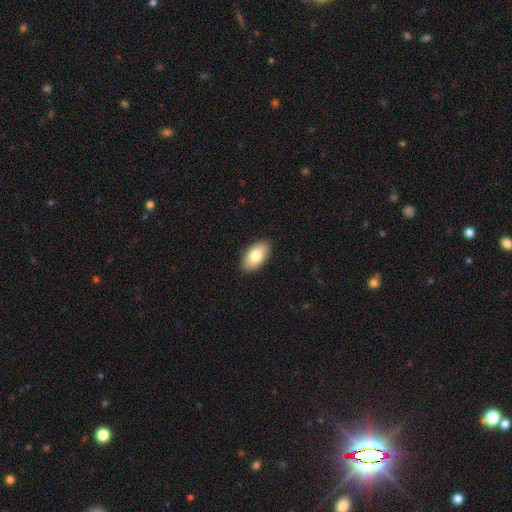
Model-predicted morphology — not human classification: smooth_or_featured: smooth (p=0.80) [alt: featured or disk p=0.13]
how_rounded: in between (p=0.95) [alt: round p=0.03]
merging: none (p=0.89) [alt: minor disturbance p=0.08]